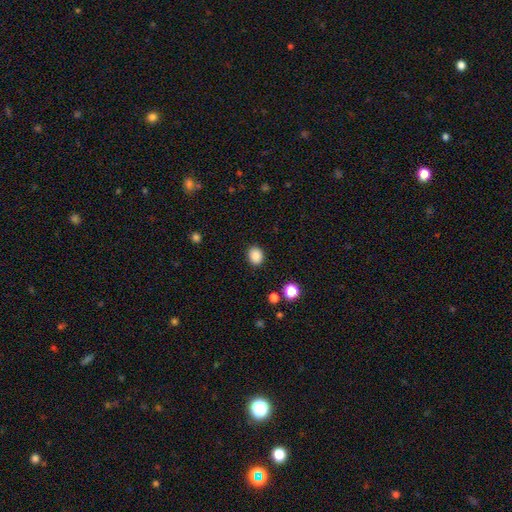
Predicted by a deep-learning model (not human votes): Smooth or featured? smooth (87%)
How rounded? round (62%)
Merging? none (88%)